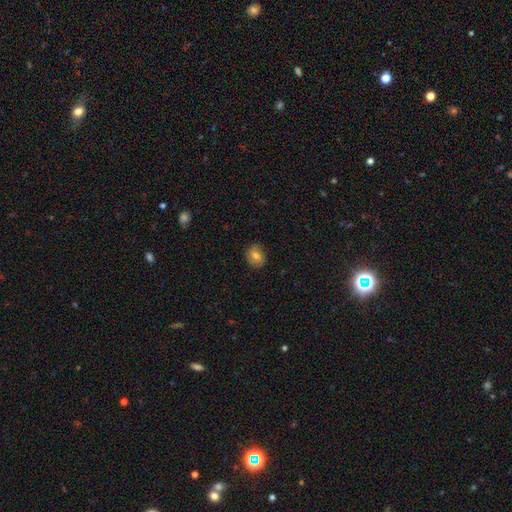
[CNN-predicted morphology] A smooth galaxy with no disk features (77%) that is round (58%).

Vote fractions:
- Smooth or featured? smooth: 77% / featured or disk: 13% / star or artifact: 10%
- How rounded? round: 58% / in between: 41% / cigar-shaped: 1%
- Merging? none: 83% / minor disturbance: 13% / major disturbance: 3% / merger: 1%